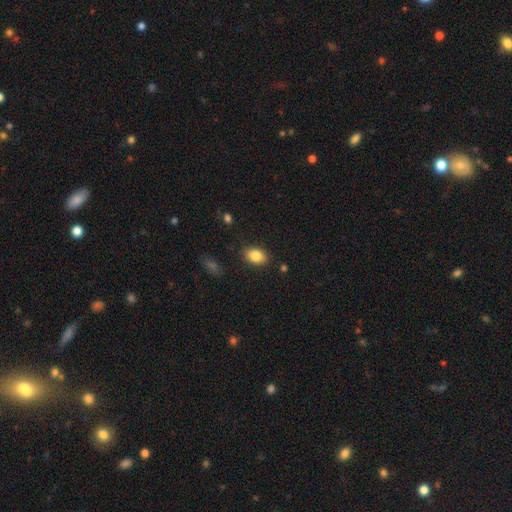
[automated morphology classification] Overall: smooth (83%). How rounded: in between (81%). Merging: none (85%).